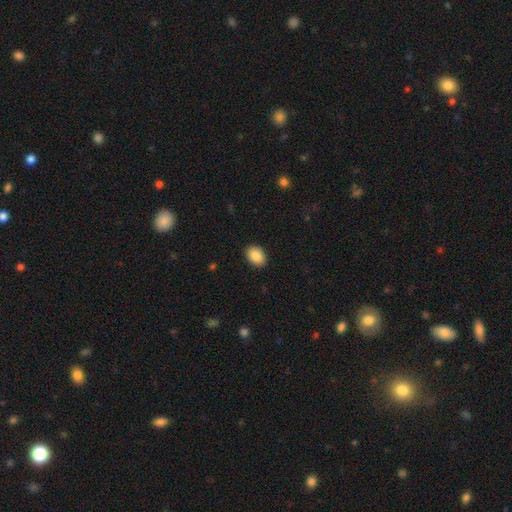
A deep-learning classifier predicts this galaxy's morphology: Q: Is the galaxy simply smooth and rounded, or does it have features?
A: smooth — 88%.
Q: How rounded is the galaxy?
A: in between — 79%.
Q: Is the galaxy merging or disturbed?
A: none — 90%.